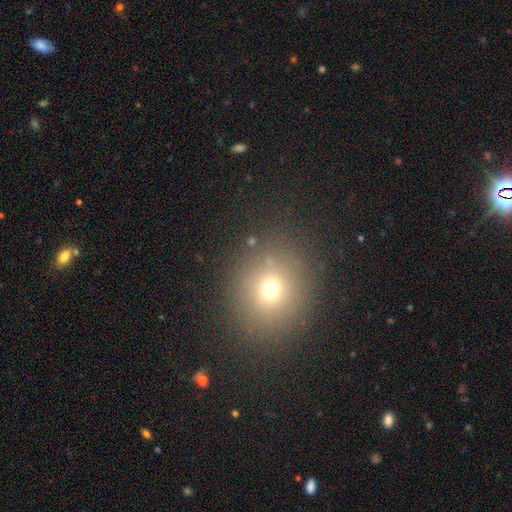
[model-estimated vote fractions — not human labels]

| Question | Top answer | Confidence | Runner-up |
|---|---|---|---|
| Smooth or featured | smooth | 64% | star or artifact (27%) |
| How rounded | round | 76% | in between (22%) |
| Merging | none | 89% | minor disturbance (7%) |